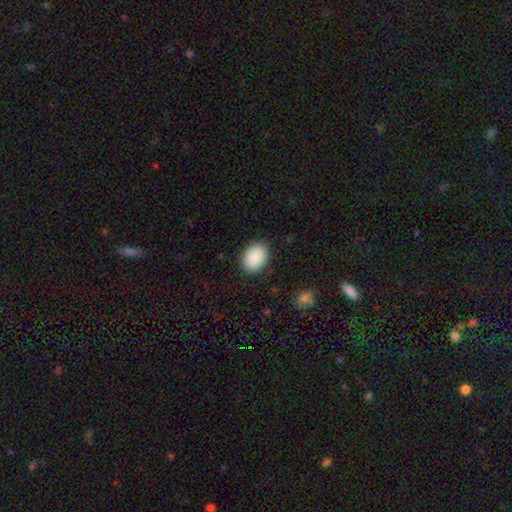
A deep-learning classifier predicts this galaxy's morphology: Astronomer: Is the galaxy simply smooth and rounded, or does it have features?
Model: smooth — 90%.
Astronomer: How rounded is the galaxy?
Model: in between — 74%.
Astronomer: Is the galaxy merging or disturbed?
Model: none — 88%.